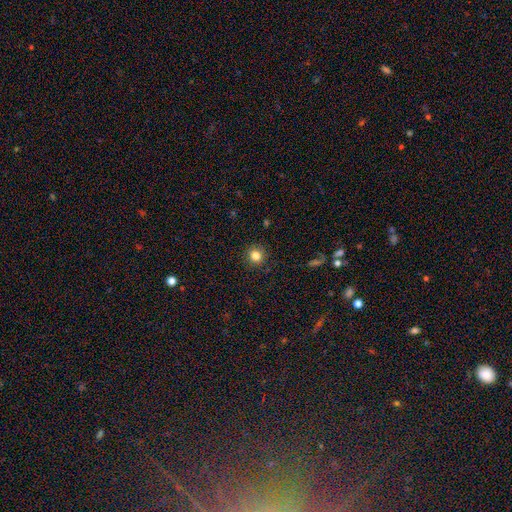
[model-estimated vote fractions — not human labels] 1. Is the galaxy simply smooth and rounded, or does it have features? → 83% smooth, 11% star or artifact, 6% featured or disk.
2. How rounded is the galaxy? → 92% round, 7% in between, 1% cigar-shaped.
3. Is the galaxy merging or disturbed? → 91% none, 6% minor disturbance, 2% major disturbance, 1% merger.